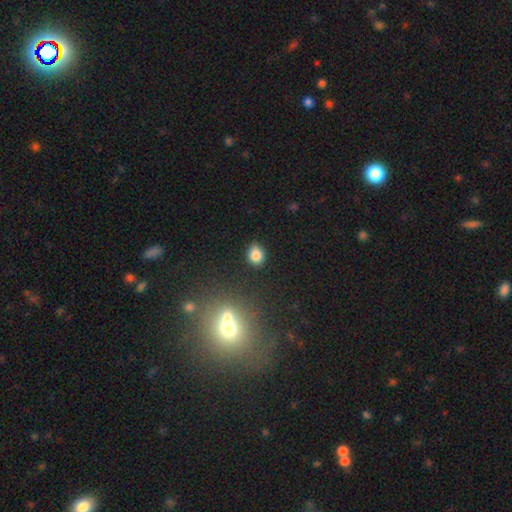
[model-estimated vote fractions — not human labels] smooth 83%, star or artifact 12%, featured or disk 5%. Down the decision tree: how rounded — round (60%); merging — none (82%).